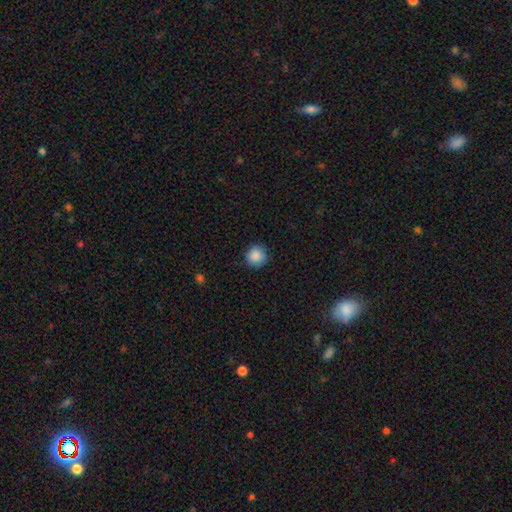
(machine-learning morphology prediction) A smooth galaxy with no disk features (88%) that is round (94%).

Vote fractions:
- Smooth or featured? smooth: 88% / star or artifact: 8% / featured or disk: 3%
- How rounded? round: 94% / in between: 5% / cigar-shaped: 1%
- Merging? none: 88% / minor disturbance: 9% / major disturbance: 2% / merger: 1%